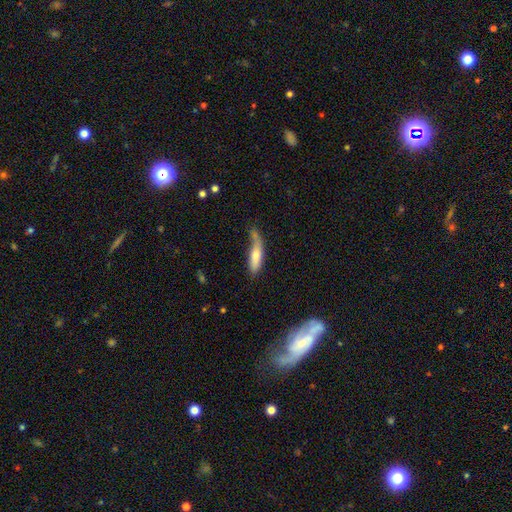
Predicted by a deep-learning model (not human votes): A smooth galaxy with no disk features (64%) that is cigar-shaped (63%).

Vote fractions:
- Smooth or featured? smooth: 64% / featured or disk: 29% / star or artifact: 7%
- How rounded? cigar-shaped: 63% / in between: 35% / round: 2%
- Merging? none: 35% / minor disturbance: 32% / major disturbance: 22% / merger: 11%